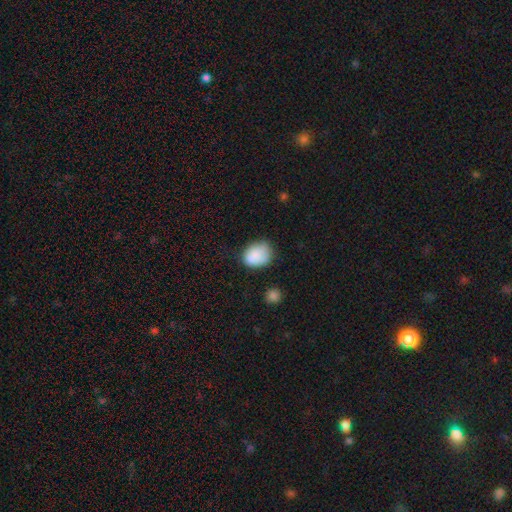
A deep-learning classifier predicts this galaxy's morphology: smooth 86%, star or artifact 8%, featured or disk 6%. Down the decision tree: how rounded — in between (51%); merging — none (60%).